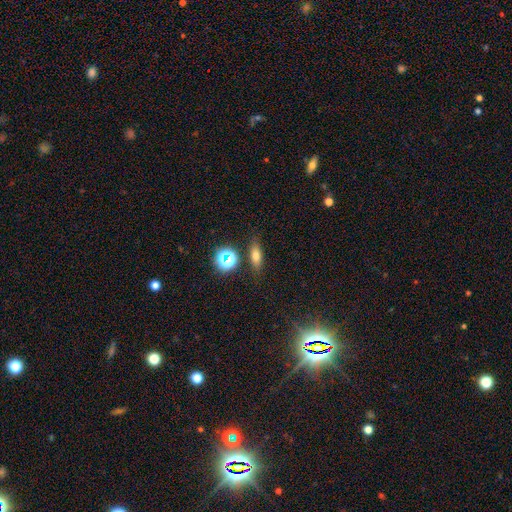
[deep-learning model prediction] Morphology: type=smooth (68%); roundness=in between (55%); merging=none (80%).